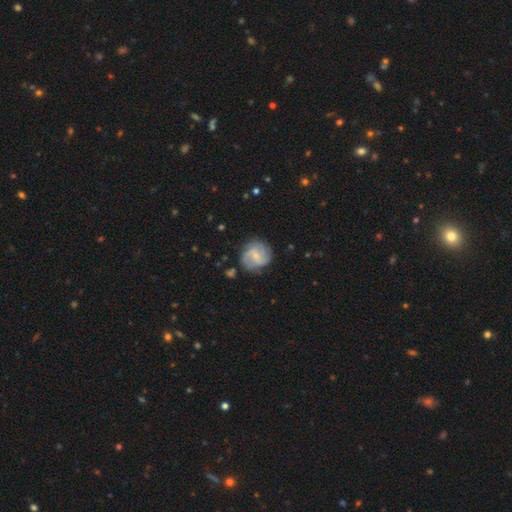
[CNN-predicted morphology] Overall: featured or disk (71%). Edge-on disk: no (98%). Bar: no (53%; weak 40%). Spiral arms: yes (92%). Spiral arm count: 3 (29%; 2 28%). Spiral winding: medium (43%; tight 41%). Bulge size: small (71%). Merging: none (74%).